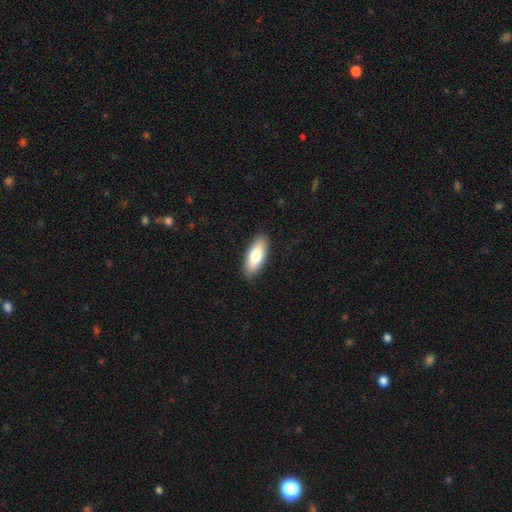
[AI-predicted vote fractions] A smooth galaxy with no disk features (77%) that is in between round and cigar-shaped (76%).

Vote fractions:
- Smooth or featured? smooth: 77% / featured or disk: 17% / star or artifact: 6%
- How rounded? in between: 76% / cigar-shaped: 22% / round: 2%
- Merging? none: 89% / minor disturbance: 9% / major disturbance: 2% / merger: 1%